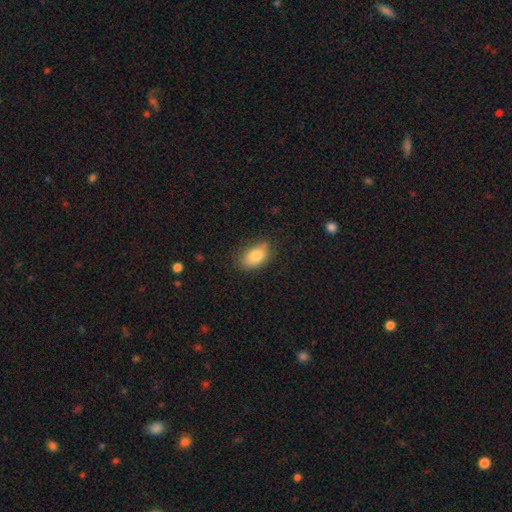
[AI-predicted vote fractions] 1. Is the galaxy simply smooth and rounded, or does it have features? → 82% smooth, 10% featured or disk, 7% star or artifact.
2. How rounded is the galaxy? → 90% in between, 8% round, 2% cigar-shaped.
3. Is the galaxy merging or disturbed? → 76% none, 18% minor disturbance, 4% major disturbance, 2% merger.